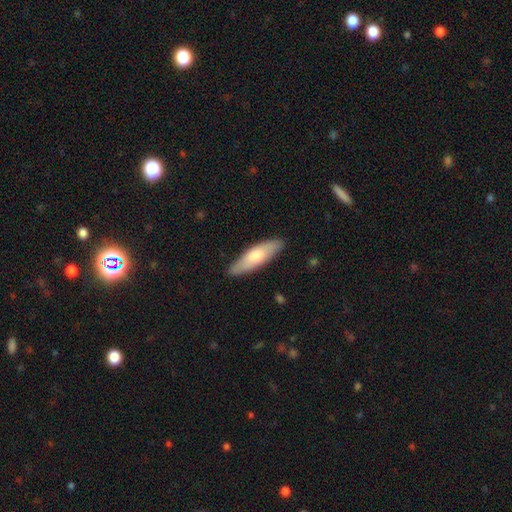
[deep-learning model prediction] smooth 68%, featured or disk 27%, star or artifact 5%. Down the decision tree: how rounded — cigar-shaped (57%); merging — none (86%).